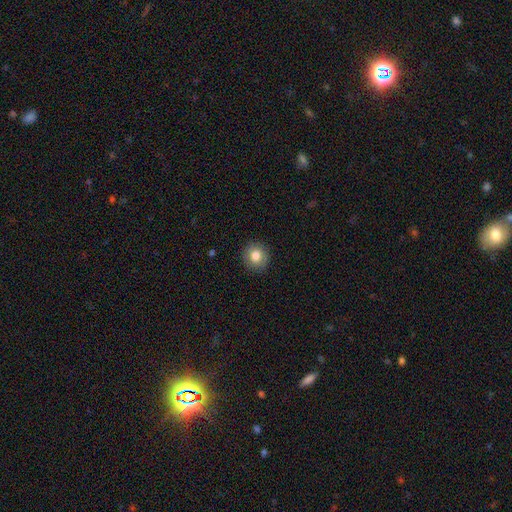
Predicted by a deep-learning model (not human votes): This appears to be a smooth galaxy with no disk features (82%) that is round (85%). Merging: none (90%).